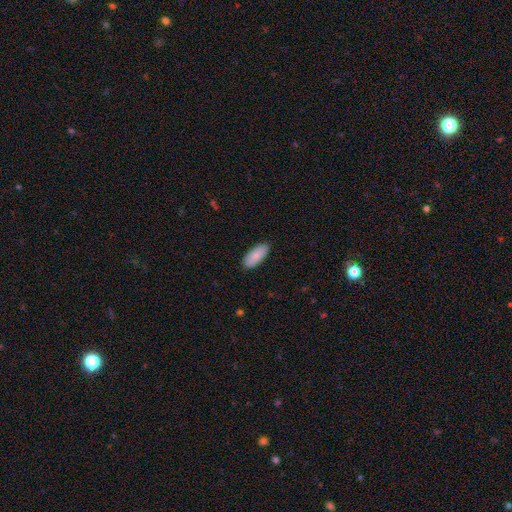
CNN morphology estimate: A smooth galaxy with no disk features (84%) that is in between round and cigar-shaped (88%). Merging: none (87%).